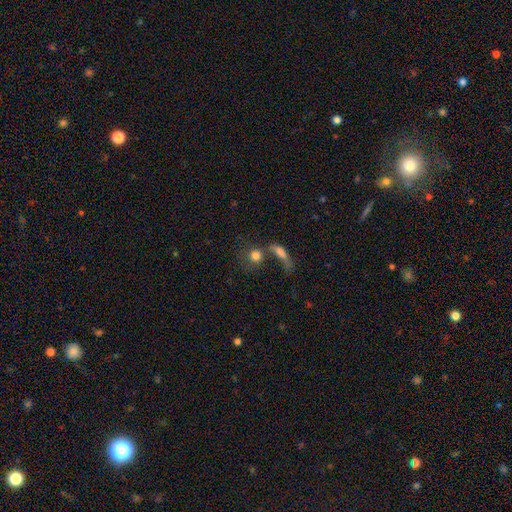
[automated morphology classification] Smooth or featured?
  - smooth: 76% *
  - featured or disk: 13%
  - star or artifact: 11%
How rounded?
  - round: 76% *
  - in between: 20%
  - cigar-shaped: 4%
Merging?
  - merger: 40% *
  - none: 37%
  - major disturbance: 13%
  - minor disturbance: 10%